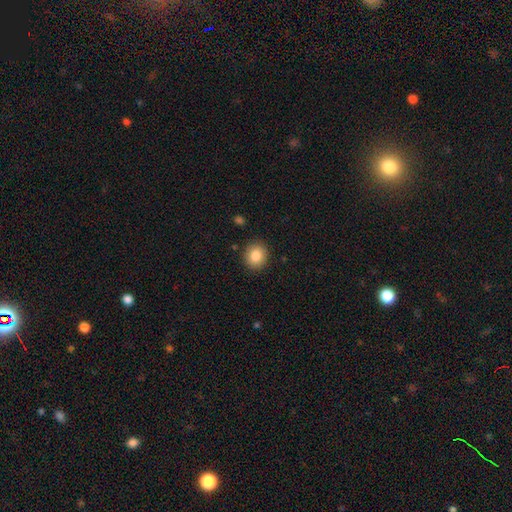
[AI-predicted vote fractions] Smooth or featured?
  - smooth: 85% *
  - star or artifact: 9%
  - featured or disk: 6%
How rounded?
  - round: 76% *
  - in between: 23%
  - cigar-shaped: 1%
Merging?
  - none: 90% *
  - minor disturbance: 7%
  - major disturbance: 2%
  - merger: 1%